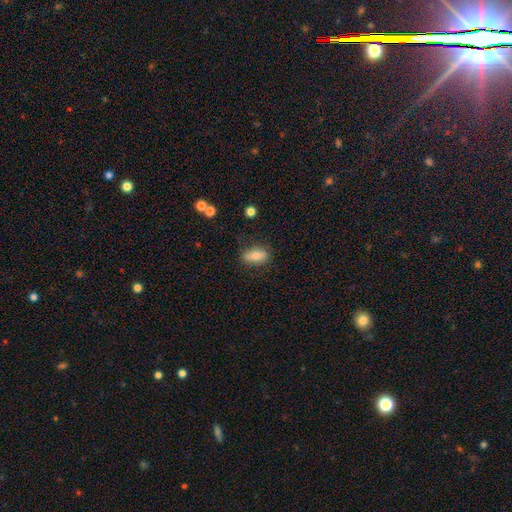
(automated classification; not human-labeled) A smooth galaxy with no disk features (73%) that is in between round and cigar-shaped (83%). Merging: none (80%).